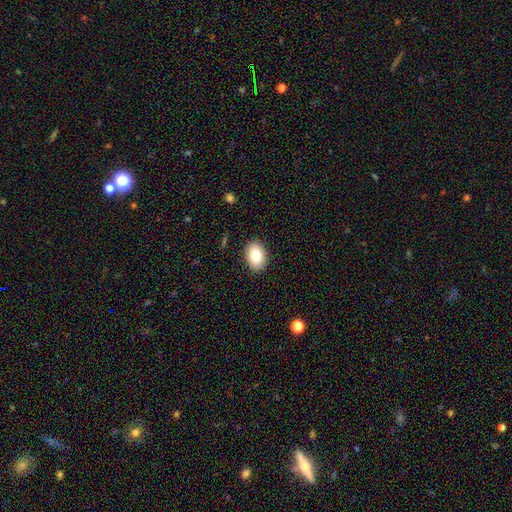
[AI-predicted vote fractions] Smooth or featured: smooth — 82% (featured or disk — 10%)
How rounded: in between — 79% (round — 20%)
Merging: none — 89% (minor disturbance — 8%)